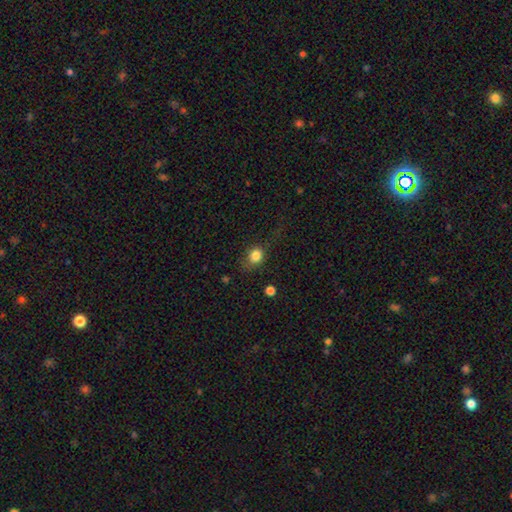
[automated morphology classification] Smooth or featured: smooth — 82% (star or artifact — 11%)
How rounded: round — 62% (in between — 37%)
Merging: none — 59% (minor disturbance — 25%)